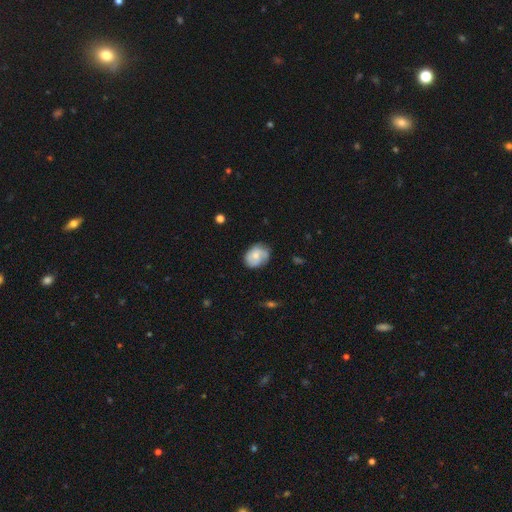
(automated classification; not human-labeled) Smooth or featured? smooth (52%)
How rounded? in between (58%)
Merging? none (66%)